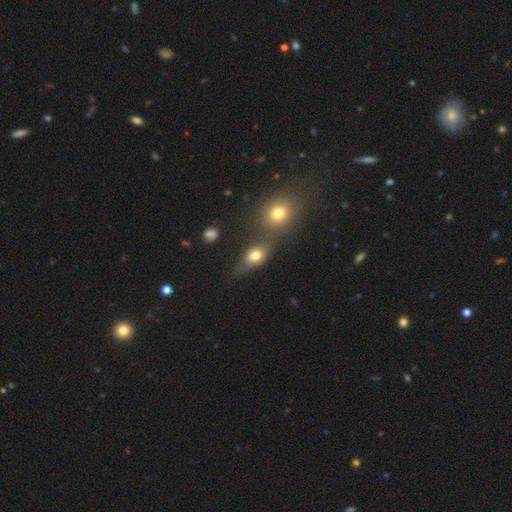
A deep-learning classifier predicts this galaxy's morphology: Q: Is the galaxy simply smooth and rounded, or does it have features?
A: smooth — 75%.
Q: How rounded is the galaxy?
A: in between — 61%.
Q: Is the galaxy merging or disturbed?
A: none — 49%.